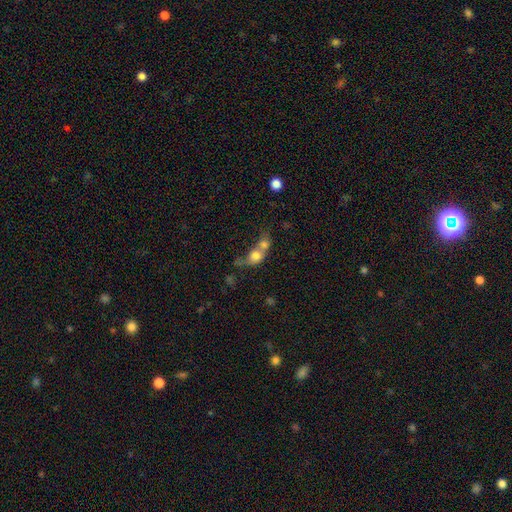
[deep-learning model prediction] A smooth galaxy with no disk features (71%) that is round (60%).

Vote fractions:
- Smooth or featured? smooth: 71% / featured or disk: 19% / star or artifact: 10%
- How rounded? round: 60% / in between: 37% / cigar-shaped: 3%
- Merging? merger: 73% / none: 14% / major disturbance: 7% / minor disturbance: 6%